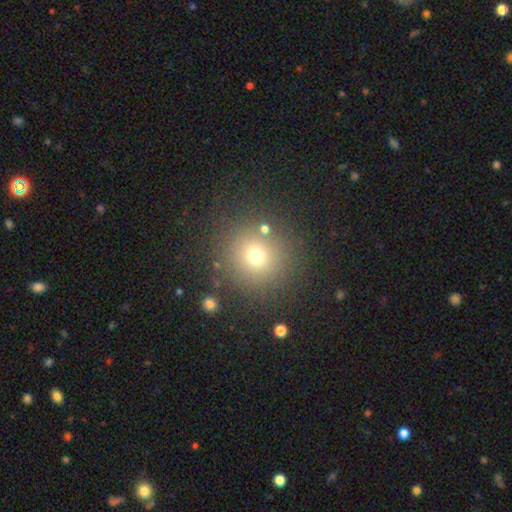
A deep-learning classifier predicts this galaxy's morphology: Smooth or featured: smooth — 69% (star or artifact — 21%)
How rounded: round — 92% (in between — 7%)
Merging: none — 85% (minor disturbance — 8%)